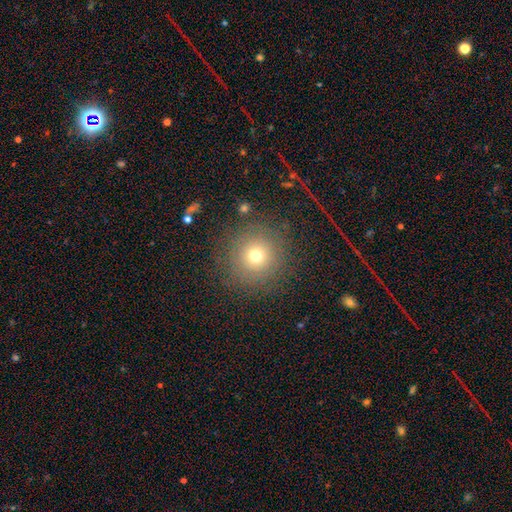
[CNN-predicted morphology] Smooth or featured?
  - smooth: 69% *
  - star or artifact: 17%
  - featured or disk: 14%
How rounded?
  - round: 94% *
  - in between: 5%
  - cigar-shaped: 1%
Merging?
  - none: 85% *
  - minor disturbance: 9%
  - major disturbance: 5%
  - merger: 1%